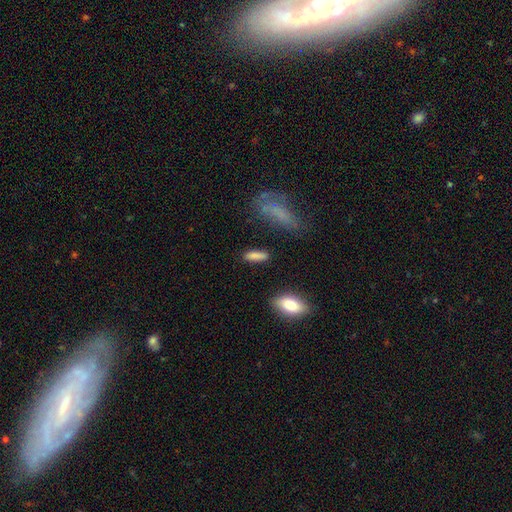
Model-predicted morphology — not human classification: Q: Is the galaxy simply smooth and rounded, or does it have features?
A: smooth — 84%.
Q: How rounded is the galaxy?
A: cigar-shaped — 52%.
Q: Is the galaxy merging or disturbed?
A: none — 81%.